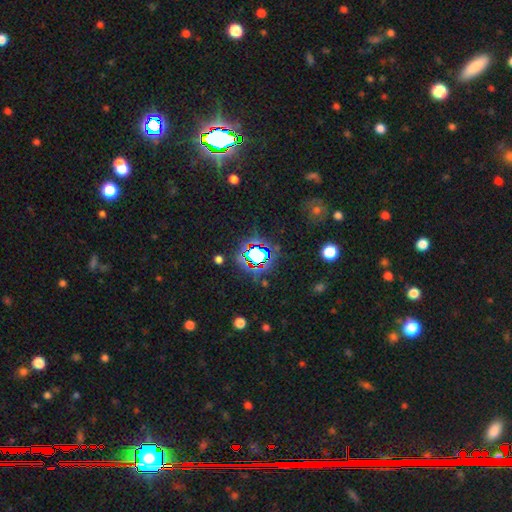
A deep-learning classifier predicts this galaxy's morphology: Q: Smooth or featured?
A: star or artifact (69%); runner-up: smooth (20%)